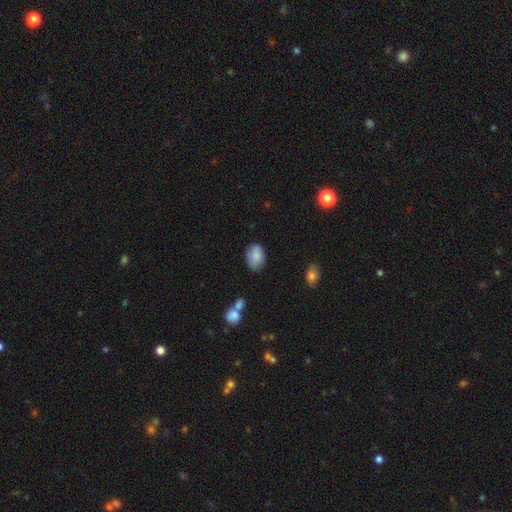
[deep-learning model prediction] Morphology: type=smooth (84%); roundness=in between (86%); merging=none (75%).